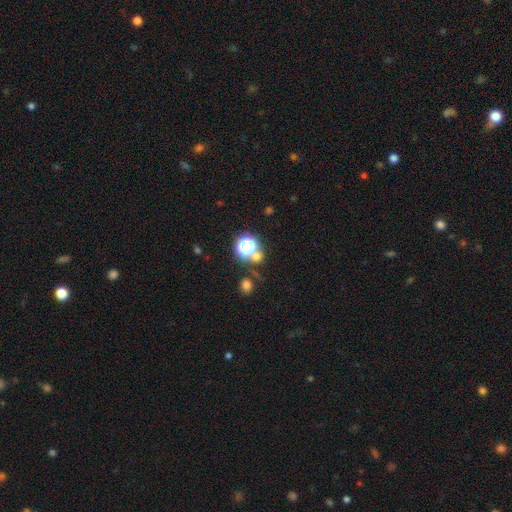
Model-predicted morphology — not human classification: type=smooth (48%); merging=none (62%).